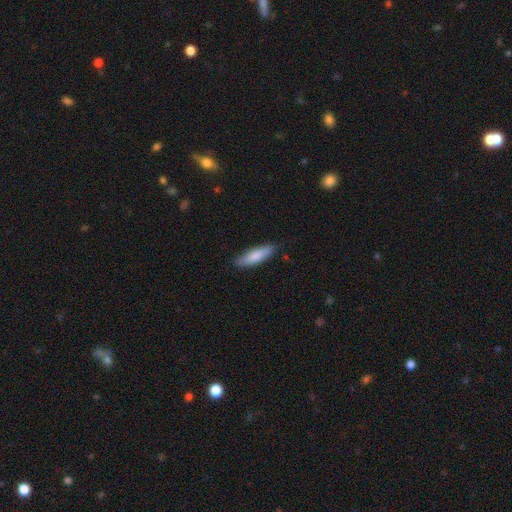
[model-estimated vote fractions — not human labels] Smooth or featured: smooth — 82% (featured or disk — 13%)
How rounded: cigar-shaped — 59% (in between — 39%)
Merging: none — 84% (minor disturbance — 13%)